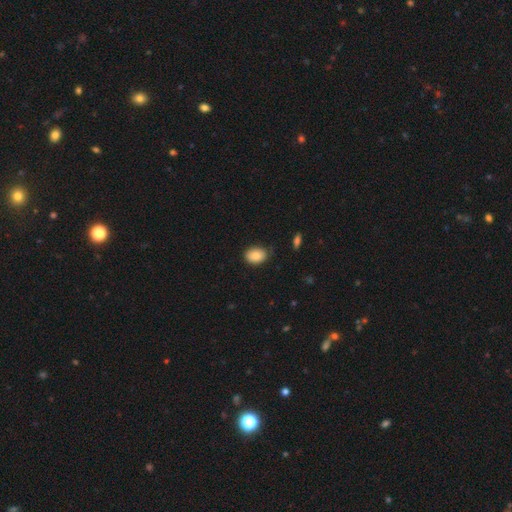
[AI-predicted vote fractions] The model was most divided on "how rounded": in between: 75%, round: 24%, cigar-shaped: 1%. More confident: smooth or featured — smooth (85%); merging — none (78%).